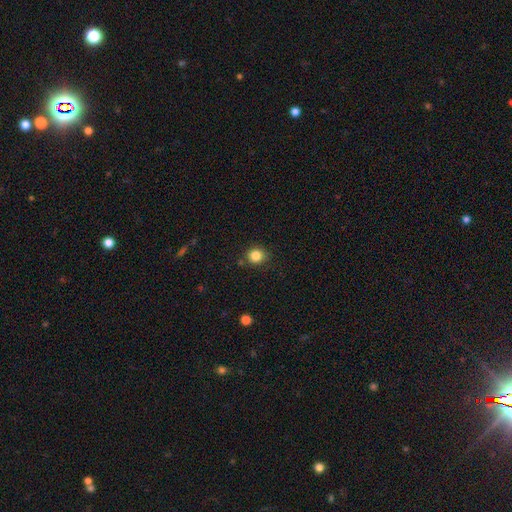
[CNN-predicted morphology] The model was most divided on "merging": none: 83%, minor disturbance: 11%, merger: 3%, major disturbance: 3%. More confident: how rounded — round (86%); smooth or featured — smooth (84%).